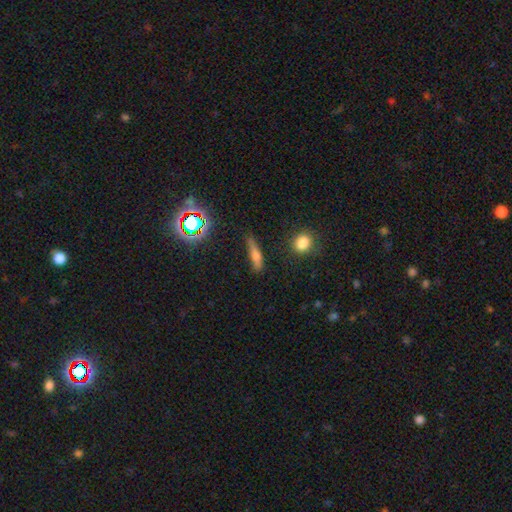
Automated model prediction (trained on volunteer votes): Smooth or featured: smooth — 63% (featured or disk — 21%)
How rounded: cigar-shaped — 74% (in between — 20%)
Merging: none — 66% (minor disturbance — 23%)